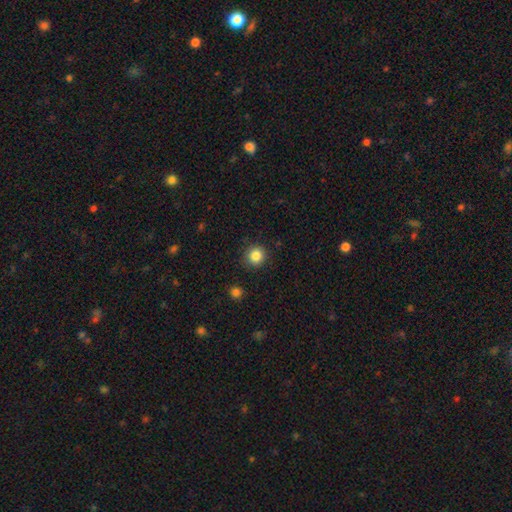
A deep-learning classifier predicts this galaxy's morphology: smooth 84%, star or artifact 11%, featured or disk 5%. Down the decision tree: how rounded — round (93%); merging — none (90%).